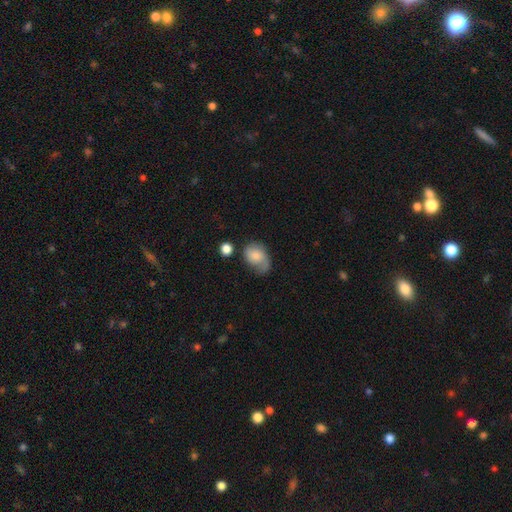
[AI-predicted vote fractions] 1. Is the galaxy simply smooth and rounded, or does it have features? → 63% smooth, 29% featured or disk, 8% star or artifact.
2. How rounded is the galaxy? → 73% in between, 26% round, 1% cigar-shaped.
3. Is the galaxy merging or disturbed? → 40% none, 34% minor disturbance, 20% major disturbance, 6% merger.